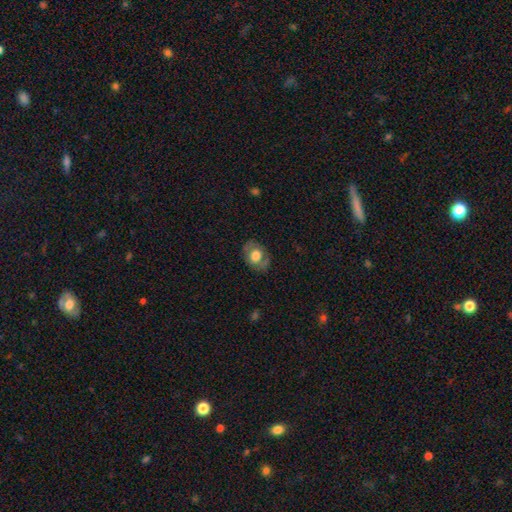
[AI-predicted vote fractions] This is likely a smooth galaxy (61%). How rounded: likely in between (65%). Merging: likely none (73%).